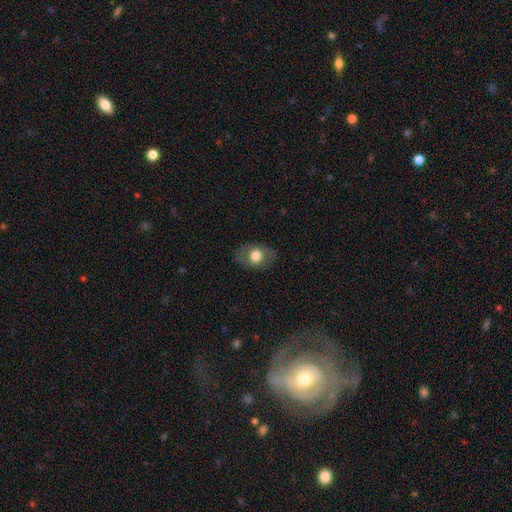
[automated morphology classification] A smooth galaxy with no disk features (60%) that is in between round and cigar-shaped (73%). Merging: none (80%).